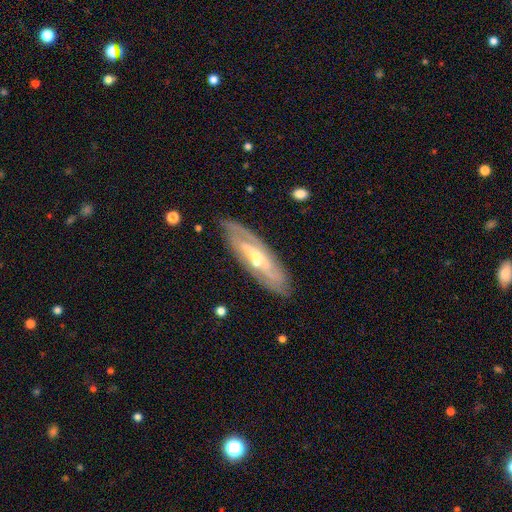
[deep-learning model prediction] This is likely a featured or disk galaxy (72%). It is likely not viewed edge-on (63%). Merging: clearly none (82%).